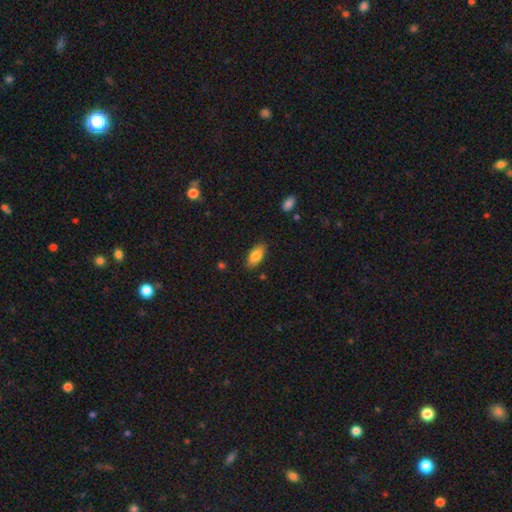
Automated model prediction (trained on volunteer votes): smooth-or-featured: smooth: 84% | featured or disk: 9% | star or artifact: 7%
  how-rounded: in between: 89% | cigar-shaped: 8% | round: 3%
  merging: none: 85% | minor disturbance: 11% | major disturbance: 2% | merger: 1%